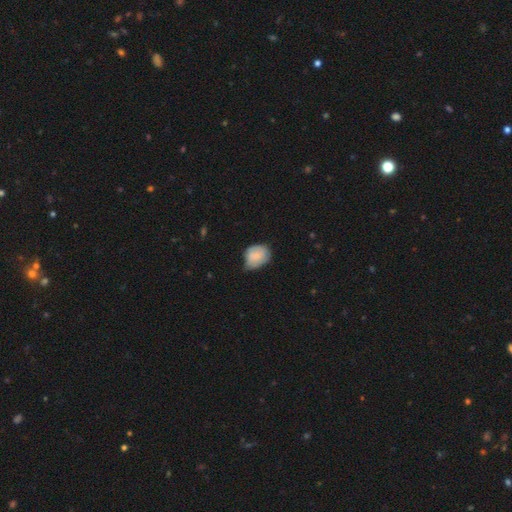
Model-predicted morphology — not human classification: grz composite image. It shows a smooth galaxy with no disk features (76%) that is in between round and cigar-shaped (58%). Merging: minor disturbance (49%).